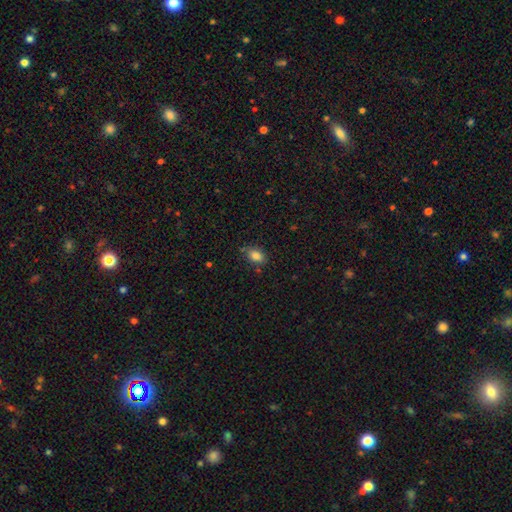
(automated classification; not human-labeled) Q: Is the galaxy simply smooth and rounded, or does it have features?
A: smooth — 84%.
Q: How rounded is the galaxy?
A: in between — 82%.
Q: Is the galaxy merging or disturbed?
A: none — 77%.